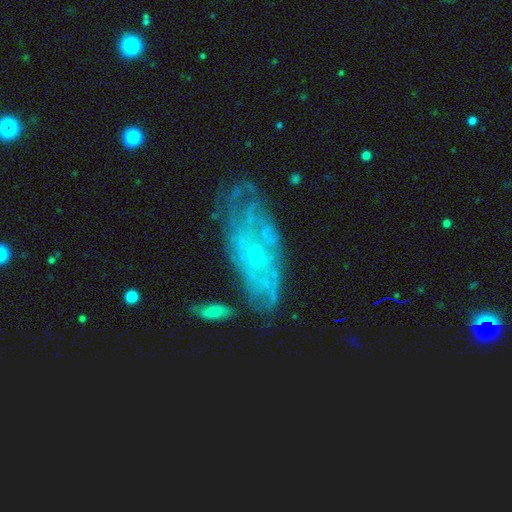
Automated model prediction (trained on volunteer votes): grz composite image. It shows a featured or disk galaxy (71%) with no bar (77%), spiral arms (73%) and a small central bulge (78%). Merging: none (55%).